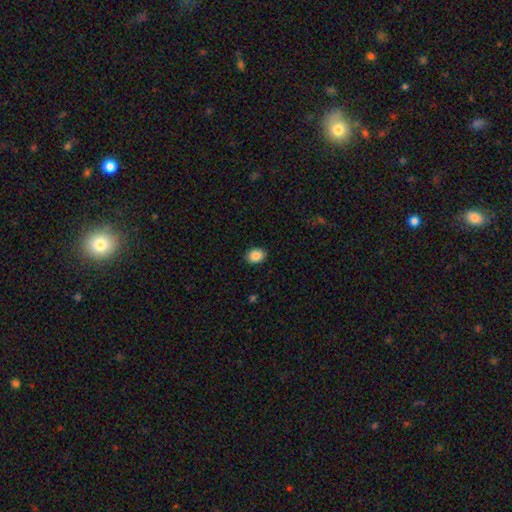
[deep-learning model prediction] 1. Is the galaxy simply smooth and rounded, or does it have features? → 87% smooth, 8% star or artifact, 5% featured or disk.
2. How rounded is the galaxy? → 59% in between, 40% round, 1% cigar-shaped.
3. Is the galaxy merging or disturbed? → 90% none, 7% minor disturbance, 2% major disturbance, 1% merger.